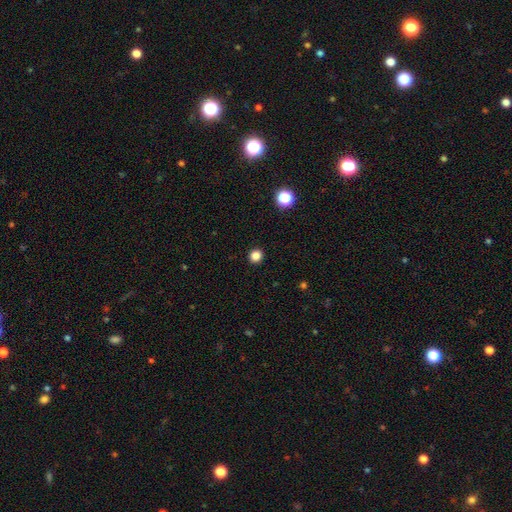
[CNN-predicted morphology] This appears to be a smooth galaxy with no disk features (84%) that is round (90%). Merging: none (93%).